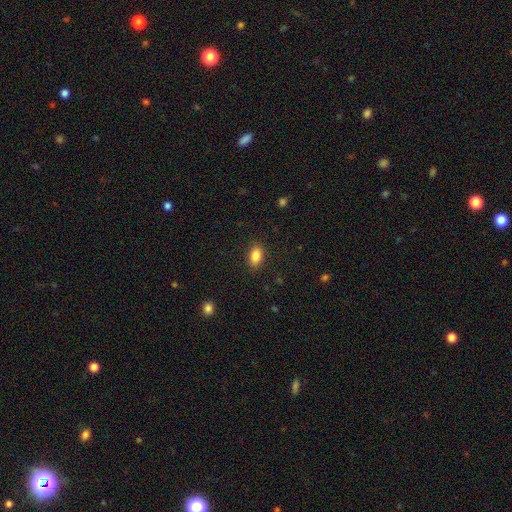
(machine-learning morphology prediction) smooth-or-featured: smooth: 85% | star or artifact: 9% | featured or disk: 6%
  how-rounded: in between: 86% | round: 12% | cigar-shaped: 2%
  merging: none: 87% | minor disturbance: 10% | major disturbance: 3% | merger: 1%